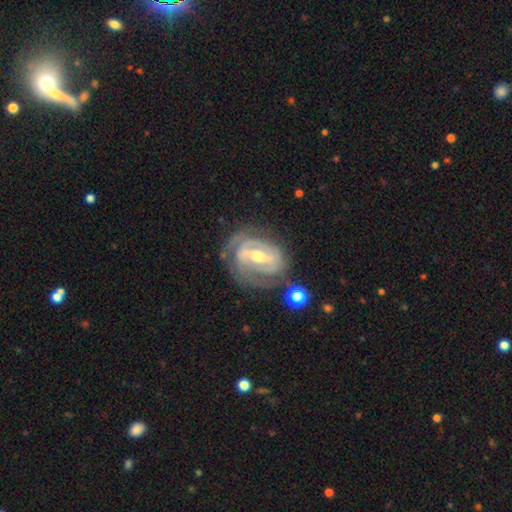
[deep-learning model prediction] smooth-or-featured: featured or disk: 86% | smooth: 8% | star or artifact: 6%
  disk-edge-on: no: 95% | yes: 5%
    bar: strong: 56% | weak: 32% | no: 12%
    has-spiral-arms: yes: 88% | no: 12%
      spiral-winding: tight: 63% | medium: 29% | loose: 8%
      spiral-arm-count: 2: 39% | can't tell: 29% | 3: 18% | 1: 6% | 4: 5% | more than 4: 3%
    bulge-size: moderate: 66% | small: 29% | large: 4% | none: 1% | dominant: 1%
  merging: none: 64% | minor disturbance: 20% | major disturbance: 12% | merger: 4%